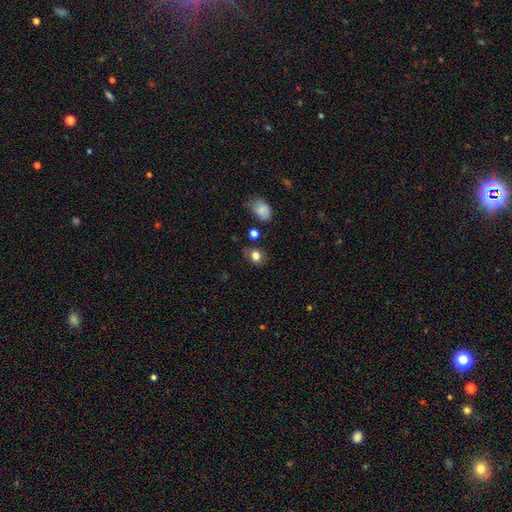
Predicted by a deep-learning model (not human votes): smooth 81%, star or artifact 11%, featured or disk 8%. Down the decision tree: how rounded — round (52%); merging — none (72%).